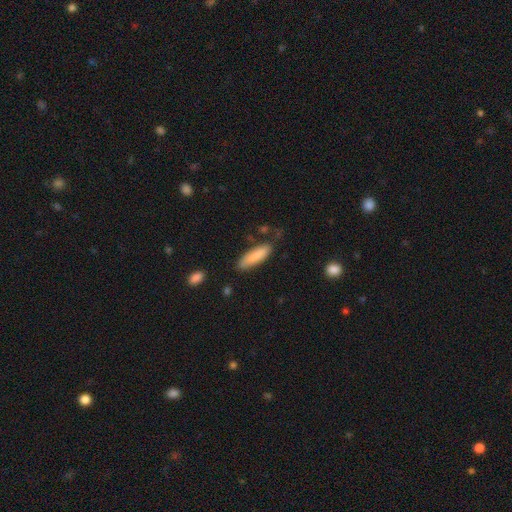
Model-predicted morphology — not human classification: smooth_or_featured: smooth (p=0.84) [alt: featured or disk p=0.10]
how_rounded: cigar-shaped (p=0.57) [alt: in between p=0.41]
merging: none (p=0.78) [alt: minor disturbance p=0.16]